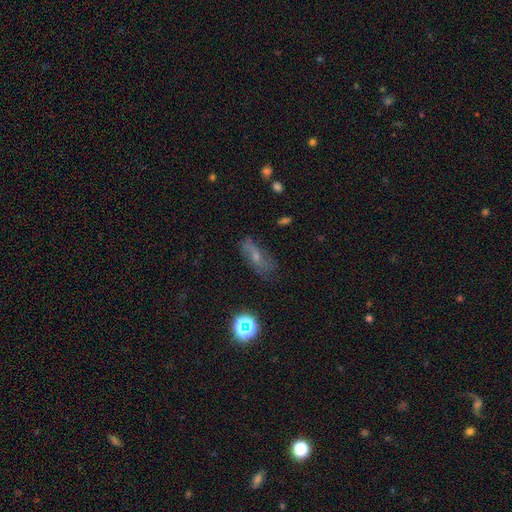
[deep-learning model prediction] Q: Smooth or featured?
A: smooth (42%); runner-up: featured or disk (38%)
Q: Merging?
A: none (60%); runner-up: minor disturbance (25%)